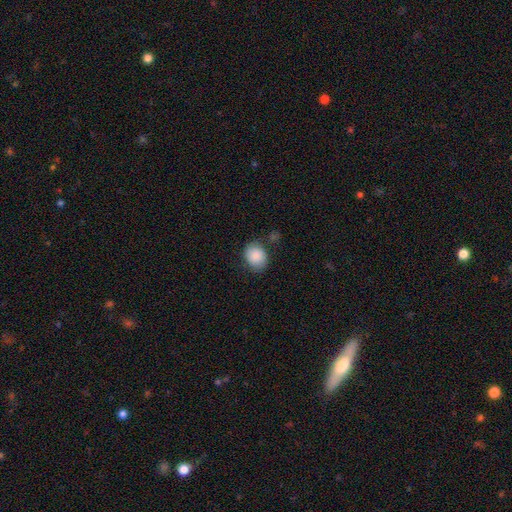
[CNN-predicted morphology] Smooth or featured: smooth — 87% (star or artifact — 7%)
How rounded: round — 51% (in between — 48%)
Merging: none — 74% (minor disturbance — 17%)